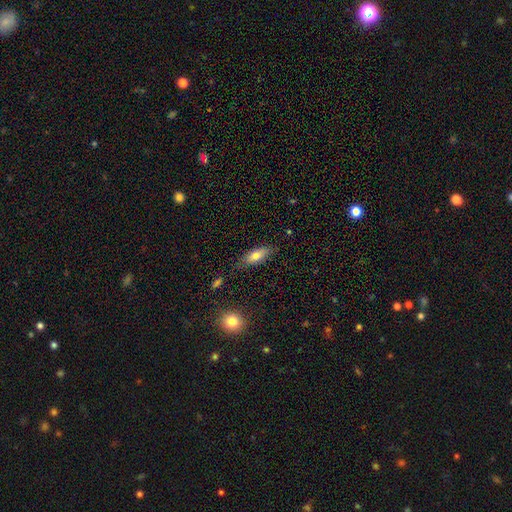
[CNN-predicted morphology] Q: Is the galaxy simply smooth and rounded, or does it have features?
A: smooth — 72%.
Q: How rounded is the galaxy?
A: in between — 71%.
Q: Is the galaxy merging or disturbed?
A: none — 76%.